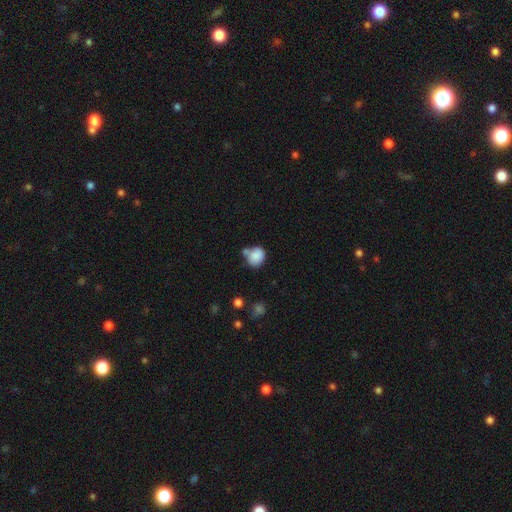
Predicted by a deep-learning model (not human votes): The model was most divided on "merging": none: 49%, merger: 26%, minor disturbance: 19%, major disturbance: 6%. More confident: smooth or featured — smooth (85%); how rounded — round (68%).